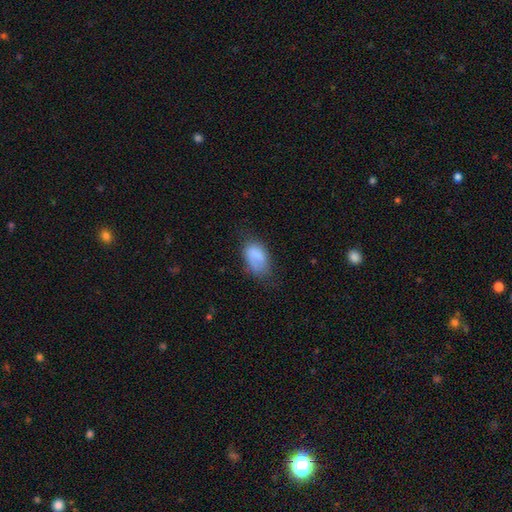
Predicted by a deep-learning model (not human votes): smooth_or_featured: smooth (p=0.80) [alt: featured or disk p=0.12]
how_rounded: in between (p=0.91) [alt: round p=0.08]
merging: none (p=0.47) [alt: minor disturbance p=0.34]